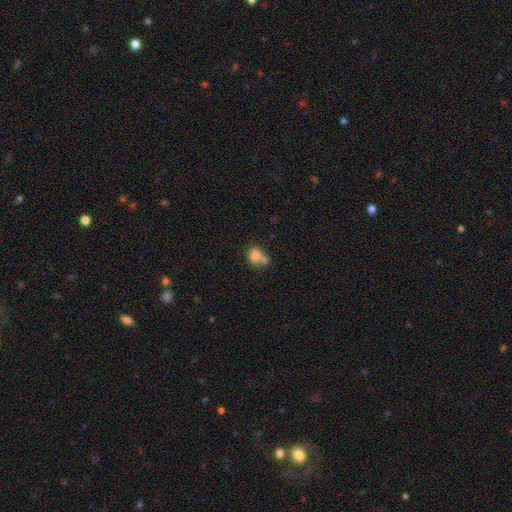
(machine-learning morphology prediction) Smooth or featured: smooth — 80% (star or artifact — 10%)
How rounded: round — 68% (in between — 31%)
Merging: merger — 49% (none — 37%)